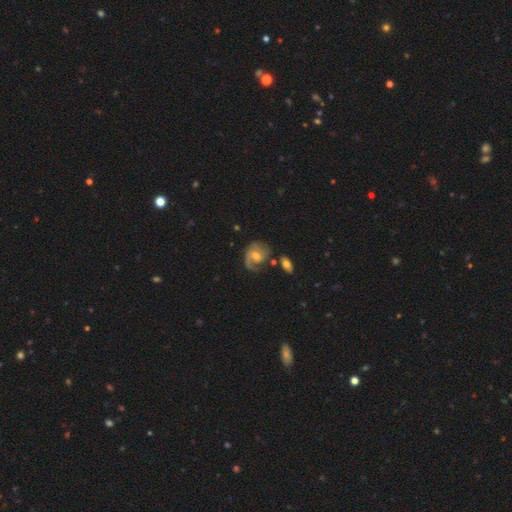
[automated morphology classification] This is likely a featured or disk galaxy (73%). It is clearly not viewed edge-on (97%). Bar: possibly no (51%). Spiral arm pattern: clearly yes (91%). Spiral arm count: possibly 1 (46%). Spiral winding: marginally medium (42%). Central bulge: possibly moderate (58%). Merging: possibly none (54%).